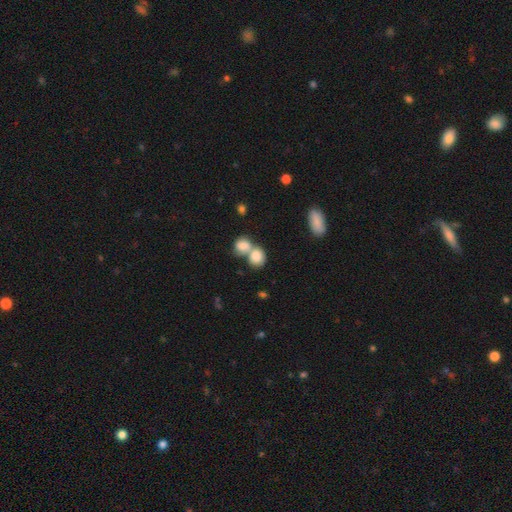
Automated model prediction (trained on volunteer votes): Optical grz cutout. It shows a smooth galaxy with no disk features (82%) that is round (58%). Merging: merger (65%).